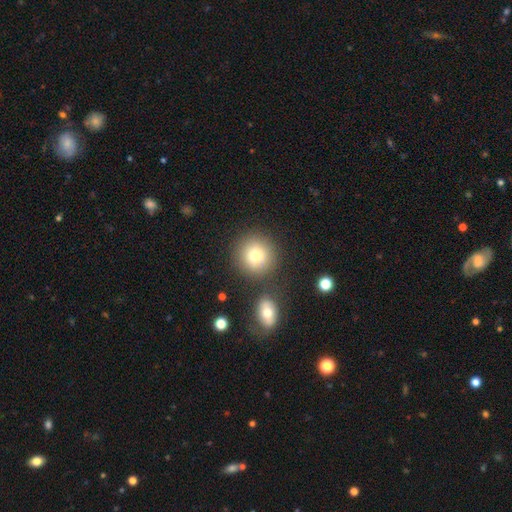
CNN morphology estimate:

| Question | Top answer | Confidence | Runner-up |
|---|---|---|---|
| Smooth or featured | smooth | 76% | star or artifact (12%) |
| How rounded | round | 92% | in between (7%) |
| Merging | none | 77% | merger (10%) |